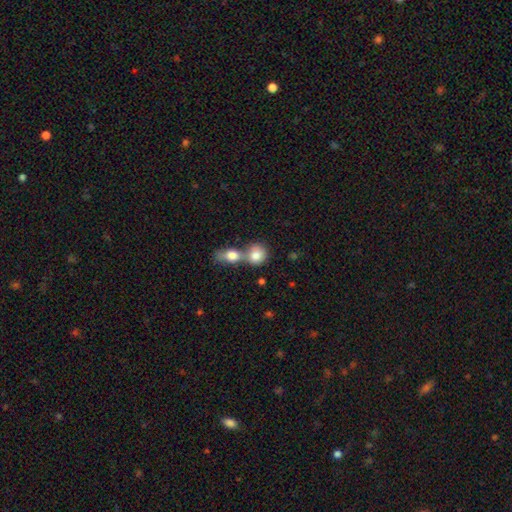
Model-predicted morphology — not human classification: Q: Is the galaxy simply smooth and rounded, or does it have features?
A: smooth — 81%.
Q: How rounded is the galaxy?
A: round — 71%.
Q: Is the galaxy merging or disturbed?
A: merger — 60%.